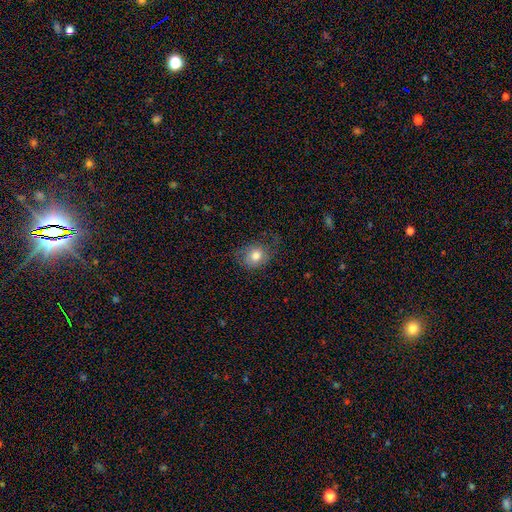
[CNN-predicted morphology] This appears to be a smooth galaxy with no disk features (75%) that is round (56%). Merging: none (57%).